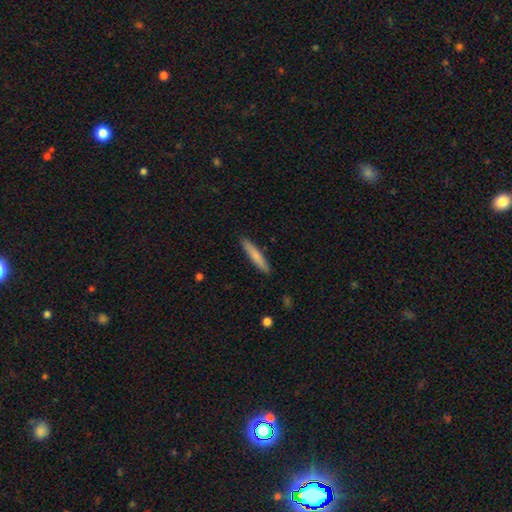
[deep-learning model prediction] A smooth galaxy with no disk features (76%) that is cigar-shaped (93%). Merging: none (90%).